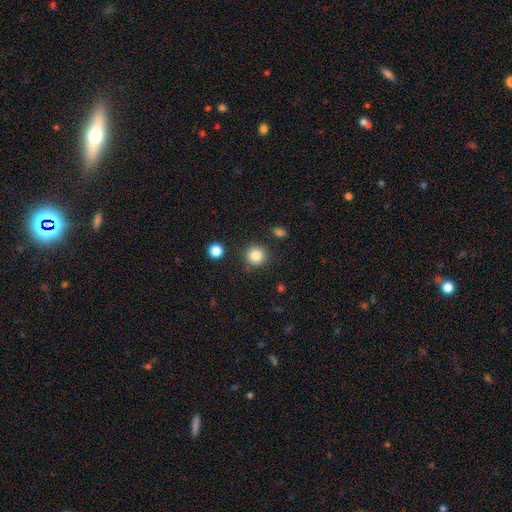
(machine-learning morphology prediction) This is clearly a smooth galaxy (84%). How rounded: clearly round (94%). Merging: clearly none (88%).